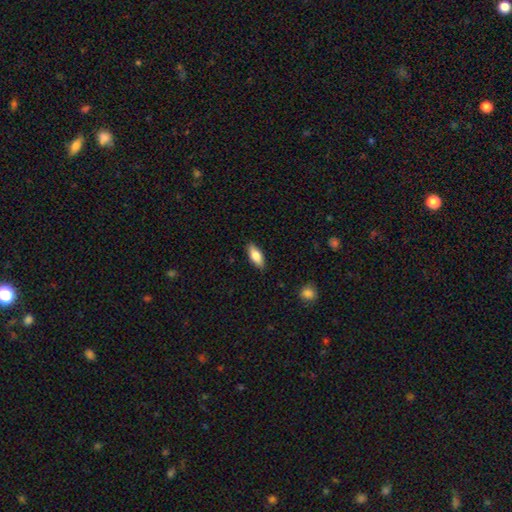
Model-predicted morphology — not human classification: smooth-or-featured: smooth: 77% | featured or disk: 17% | star or artifact: 6%
  how-rounded: in between: 80% | cigar-shaped: 18% | round: 2%
  merging: none: 88% | minor disturbance: 9% | major disturbance: 2% | merger: 1%